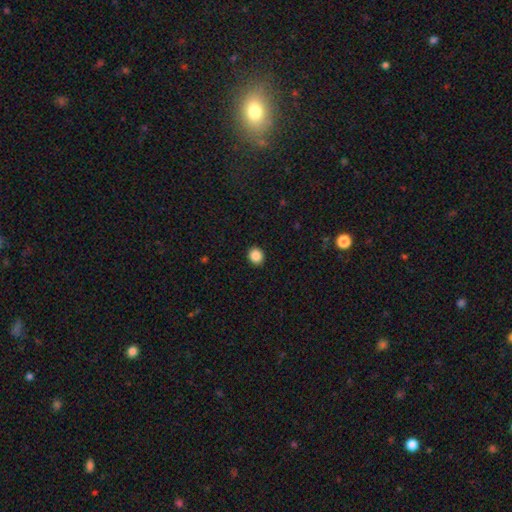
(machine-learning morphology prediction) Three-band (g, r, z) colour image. It shows a smooth galaxy with no disk features (87%) that is round (77%). Merging: none (92%).